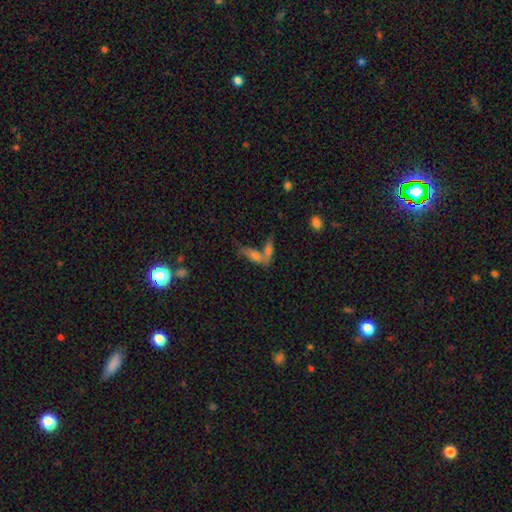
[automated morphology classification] The model was most divided on "how rounded": in between: 54%, cigar-shaped: 39%, round: 6%. More confident: merging — merger (54%); smooth or featured — smooth (51%).